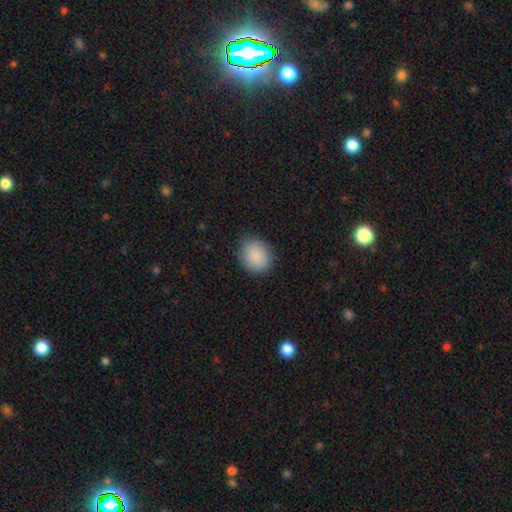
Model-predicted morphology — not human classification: Overall: smooth (89%). How rounded: round (59%; in between 40%). Merging: none (82%).